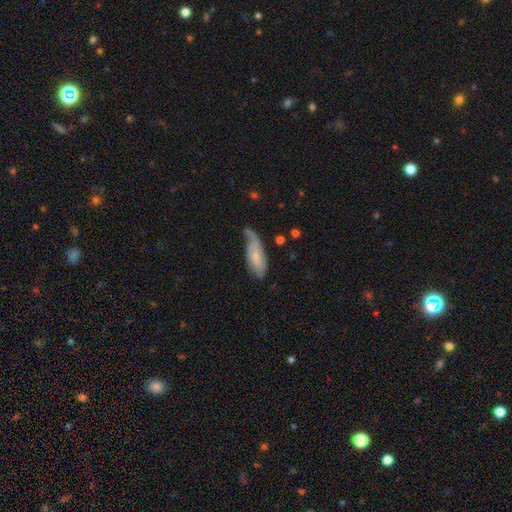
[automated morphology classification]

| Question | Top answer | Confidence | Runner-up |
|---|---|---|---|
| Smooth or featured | smooth | 52% | featured or disk (41%) |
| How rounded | in between | 72% | cigar-shaped (26%) |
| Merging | none | 39% | minor disturbance (37%) |